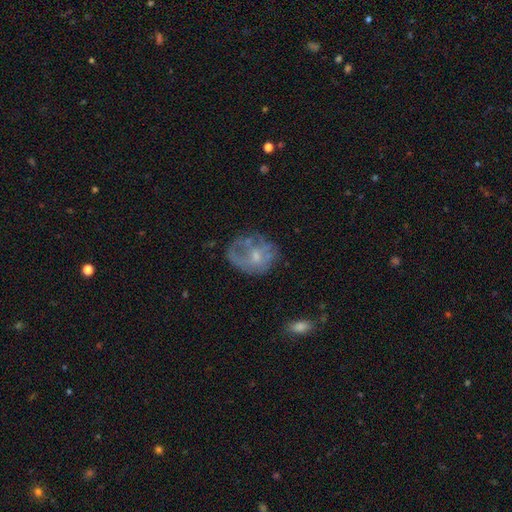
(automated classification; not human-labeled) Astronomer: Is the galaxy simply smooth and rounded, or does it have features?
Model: featured or disk — 53% (runner-up: smooth, 37%).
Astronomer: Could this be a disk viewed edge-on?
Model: no — 97%.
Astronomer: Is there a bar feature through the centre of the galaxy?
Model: no — 77%.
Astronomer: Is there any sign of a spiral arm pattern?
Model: no — 63%.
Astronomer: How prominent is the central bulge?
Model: small — 52% (runner-up: moderate, 34%).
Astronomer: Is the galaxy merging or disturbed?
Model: none — 45% (runner-up: major disturbance, 26%).